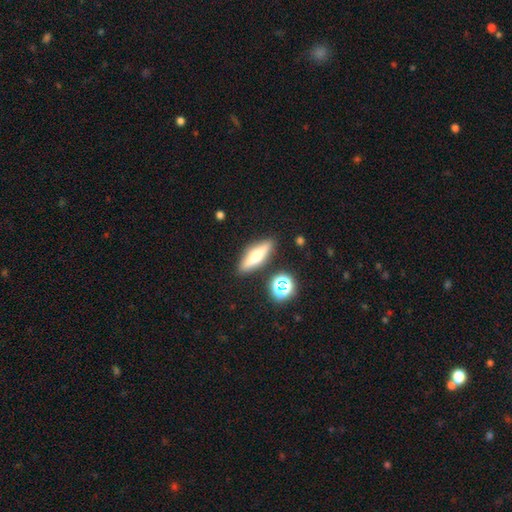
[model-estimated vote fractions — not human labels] Smooth or featured? smooth (47%)
Merging? none (86%)